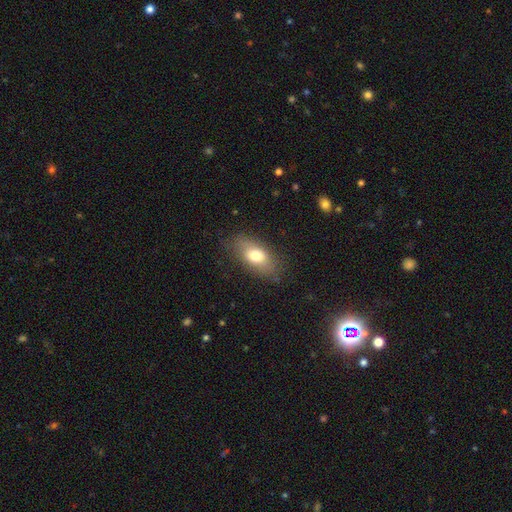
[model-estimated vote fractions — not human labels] Overall: smooth (74%). How rounded: in between (86%). Merging: none (78%).